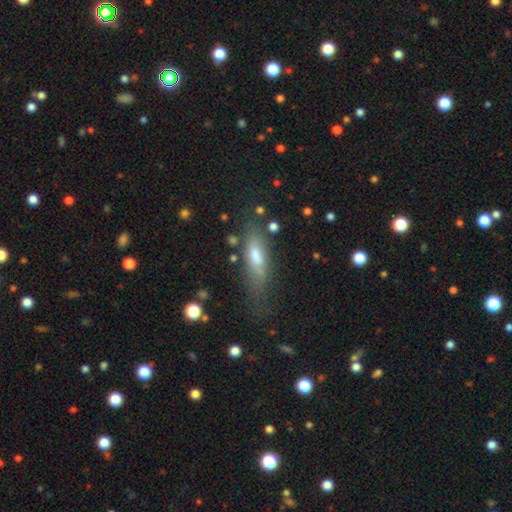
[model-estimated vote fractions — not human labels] This appears to be a smooth galaxy with no disk features (60%) that is cigar-shaped (56%). Merging: none (64%).